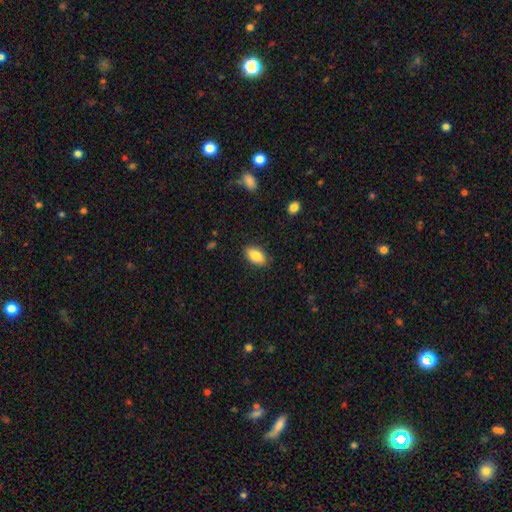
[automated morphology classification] A smooth galaxy with no disk features (85%) that is in between round and cigar-shaped (92%). Merging: none (86%).